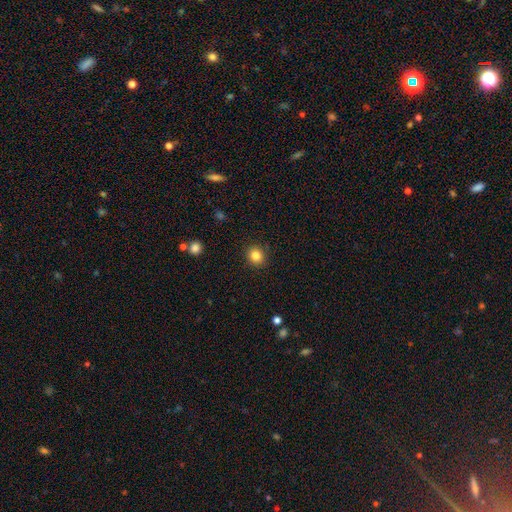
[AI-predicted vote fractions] The model was most divided on "how rounded": round: 85%, in between: 14%, cigar-shaped: 1%. More confident: merging — none (91%); smooth or featured — smooth (83%).